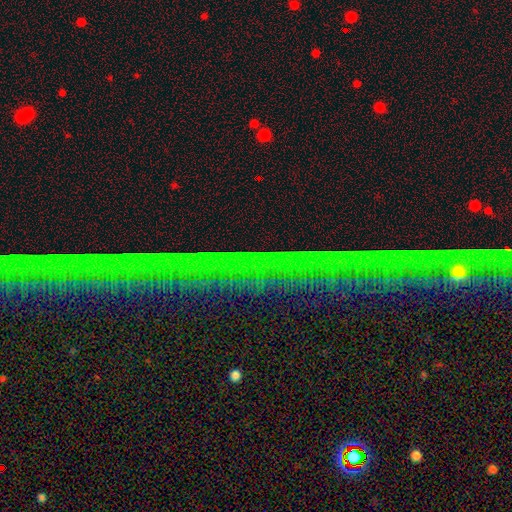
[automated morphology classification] This appears to be a star or artifact, not a galaxy (84%).